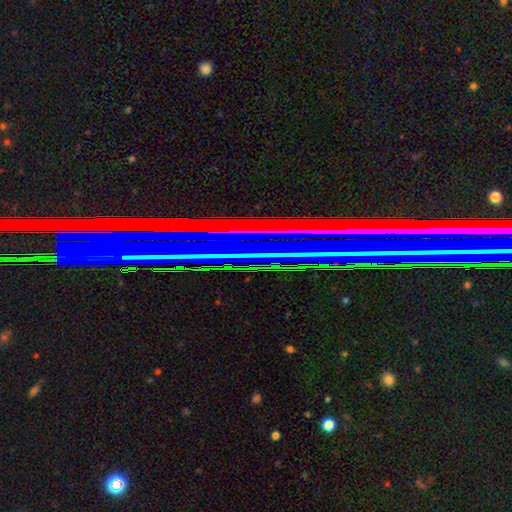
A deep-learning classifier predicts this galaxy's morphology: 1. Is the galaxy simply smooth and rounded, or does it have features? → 71% star or artifact, 18% featured or disk, 11% smooth.